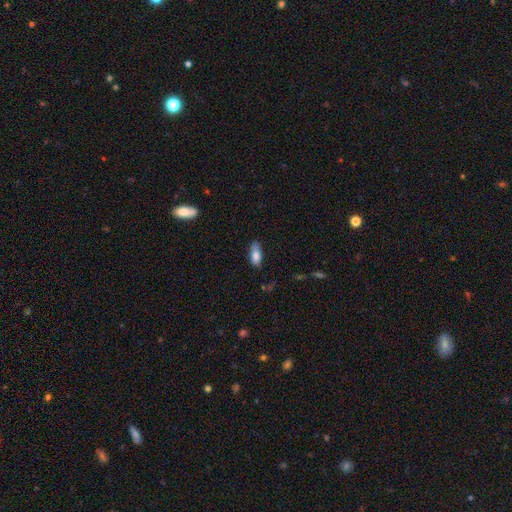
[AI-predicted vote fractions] Smooth or featured?
  - smooth: 82% *
  - featured or disk: 11%
  - star or artifact: 7%
How rounded?
  - in between: 81% *
  - cigar-shaped: 16%
  - round: 3%
Merging?
  - none: 65% *
  - minor disturbance: 27%
  - major disturbance: 6%
  - merger: 2%